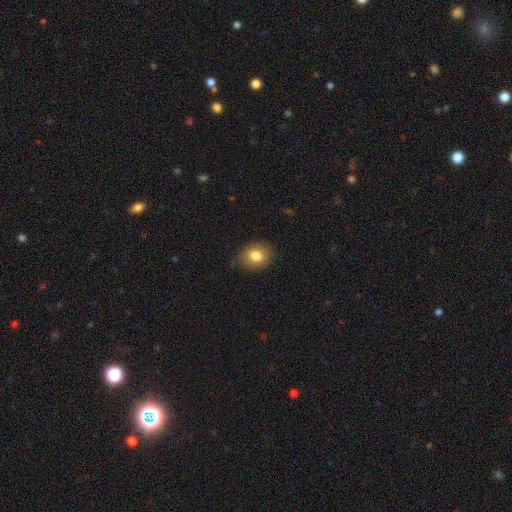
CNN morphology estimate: Overall: smooth (82%). How rounded: round (58%; in between 41%). Merging: none (81%).